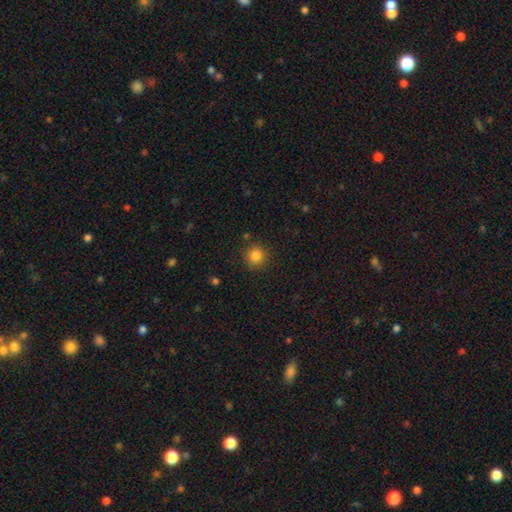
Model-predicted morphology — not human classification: smooth-or-featured: smooth: 84% | star or artifact: 12% | featured or disk: 4%
  how-rounded: round: 93% | in between: 6% | cigar-shaped: 1%
  merging: none: 88% | minor disturbance: 8% | major disturbance: 3% | merger: 2%